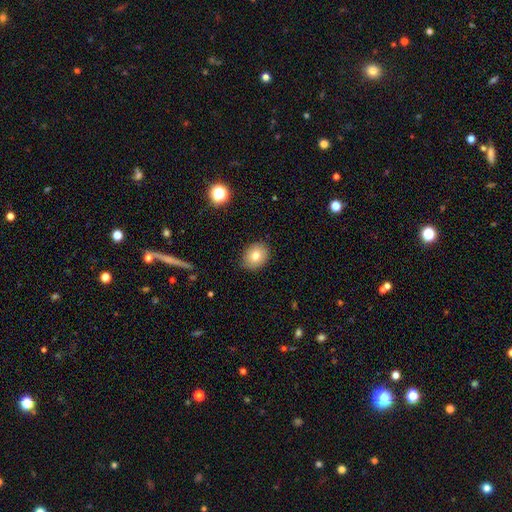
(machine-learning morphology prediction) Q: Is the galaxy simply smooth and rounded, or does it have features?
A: smooth — 78%.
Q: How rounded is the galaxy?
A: round — 59%.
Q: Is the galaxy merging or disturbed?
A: none — 86%.